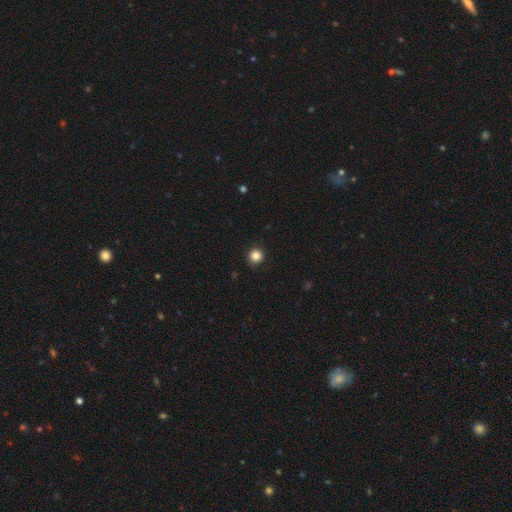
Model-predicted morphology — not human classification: type=smooth (85%); roundness=round (94%); merging=none (90%).